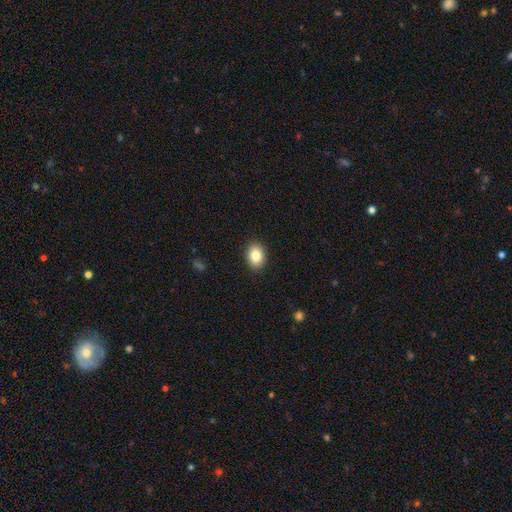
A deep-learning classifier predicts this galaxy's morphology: smooth 84%, star or artifact 8%, featured or disk 7%. Down the decision tree: how rounded — in between (66%); merging — none (90%).